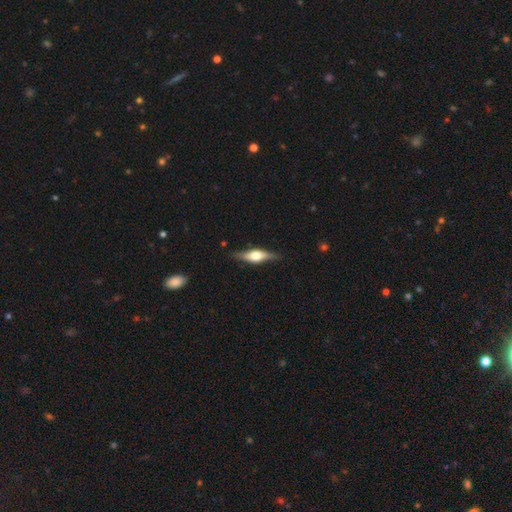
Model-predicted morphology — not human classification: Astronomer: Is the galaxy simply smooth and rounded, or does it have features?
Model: featured or disk — 69%.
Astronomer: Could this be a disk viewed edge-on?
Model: yes — 95%.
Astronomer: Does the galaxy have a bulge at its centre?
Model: rounded — 92%.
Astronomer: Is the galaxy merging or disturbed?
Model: none — 84%.